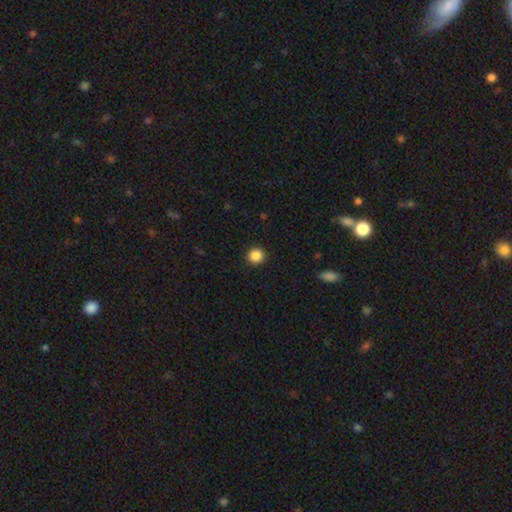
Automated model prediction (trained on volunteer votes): This is clearly a smooth galaxy (87%). How rounded: clearly round (91%). Merging: clearly none (93%).